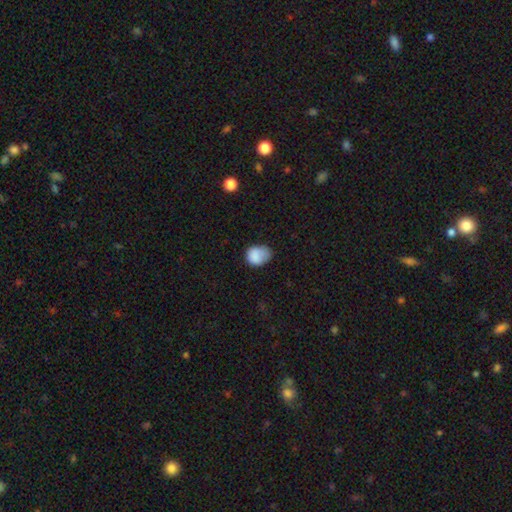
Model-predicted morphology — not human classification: smooth_or_featured: smooth (p=0.84) [alt: star or artifact p=0.09]
how_rounded: in between (p=0.51) [alt: round p=0.48]
merging: none (p=0.48) [alt: minor disturbance p=0.37]